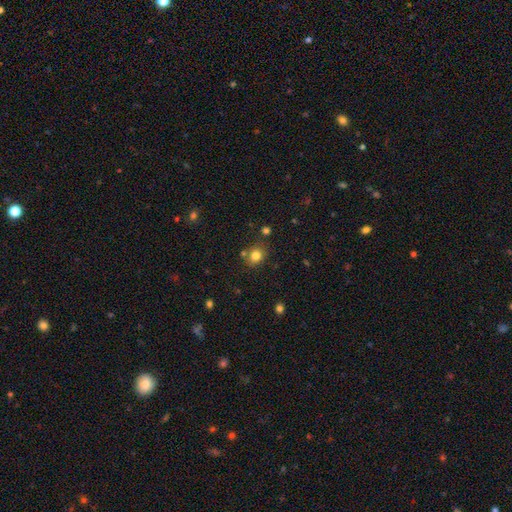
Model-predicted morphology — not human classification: This is clearly a smooth galaxy (80%). How rounded: likely round (63%). Merging: likely none (74%).